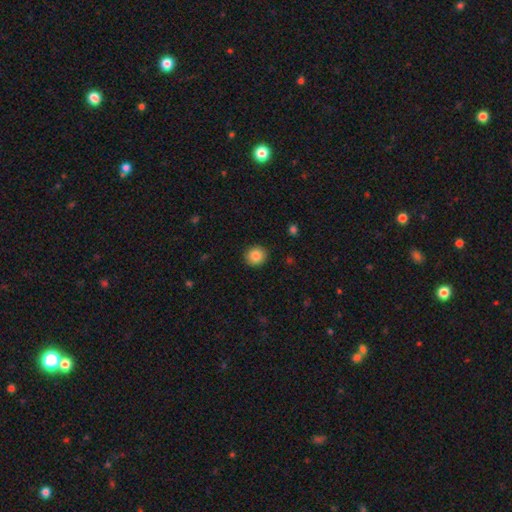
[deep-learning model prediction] Smooth or featured? smooth (86%)
How rounded? round (86%)
Merging? none (91%)